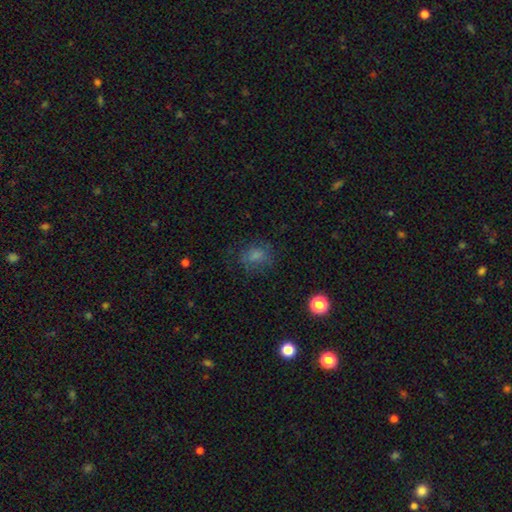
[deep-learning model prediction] smooth-or-featured: smooth: 70% | star or artifact: 16% | featured or disk: 14%
  how-rounded: in between: 50% | round: 48% | cigar-shaped: 1%
  merging: none: 66% | minor disturbance: 19% | major disturbance: 13% | merger: 2%